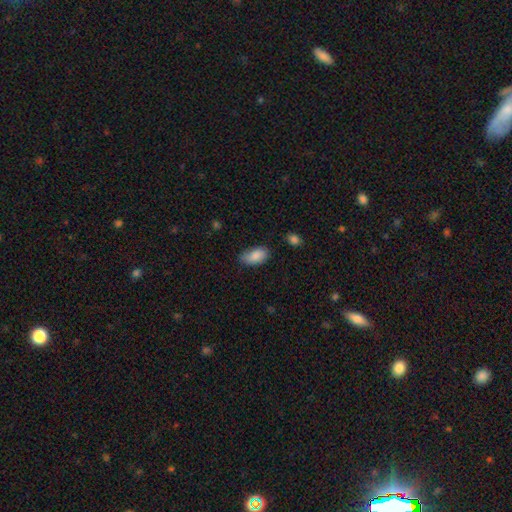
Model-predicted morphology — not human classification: The model was most divided on "merging": none: 68%, minor disturbance: 26%, major disturbance: 5%, merger: 2%. More confident: how rounded — in between (94%); smooth or featured — smooth (87%).